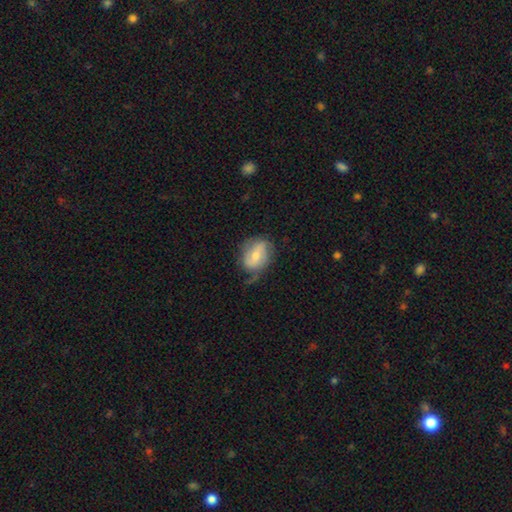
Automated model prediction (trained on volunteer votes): Smooth or featured? Predicted: featured or disk (p=0.53). Edge-on disk? Predicted: no (p=0.96). Bar? Predicted: weak (p=0.44). Spiral arms? Predicted: yes (p=0.80). Bulge size? Predicted: moderate (p=0.50). Merging? Predicted: none (p=0.51).